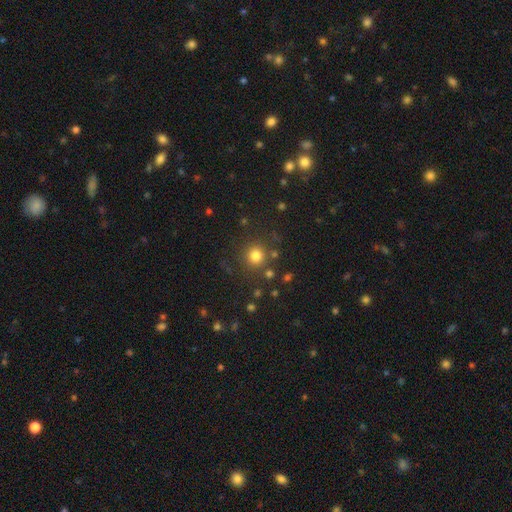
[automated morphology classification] Smooth or featured?
  - smooth: 79% *
  - star or artifact: 15%
  - featured or disk: 6%
How rounded?
  - round: 93% *
  - in between: 7%
  - cigar-shaped: 1%
Merging?
  - none: 83% *
  - minor disturbance: 8%
  - merger: 5%
  - major disturbance: 4%